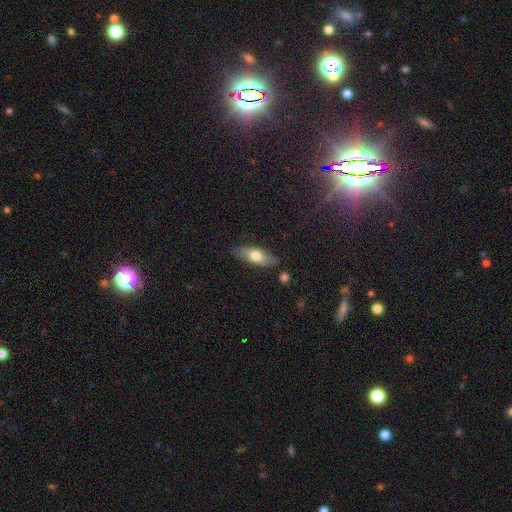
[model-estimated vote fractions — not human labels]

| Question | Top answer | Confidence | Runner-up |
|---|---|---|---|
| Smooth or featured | smooth | 64% | featured or disk (29%) |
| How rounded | in between | 69% | cigar-shaped (28%) |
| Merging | none | 82% | minor disturbance (13%) |